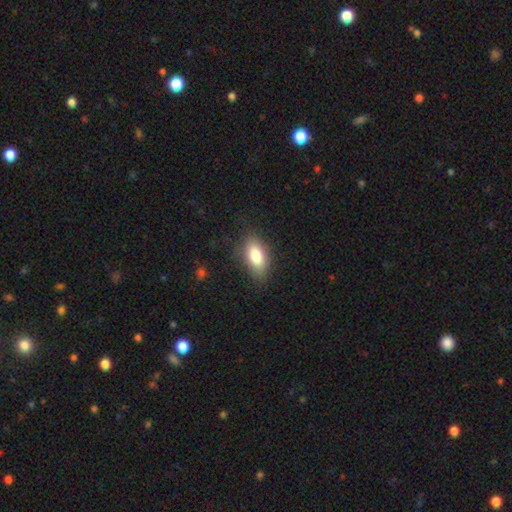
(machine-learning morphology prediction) Smooth or featured: smooth — 80% (featured or disk — 12%)
How rounded: in between — 88% (cigar-shaped — 7%)
Merging: none — 81% (minor disturbance — 14%)